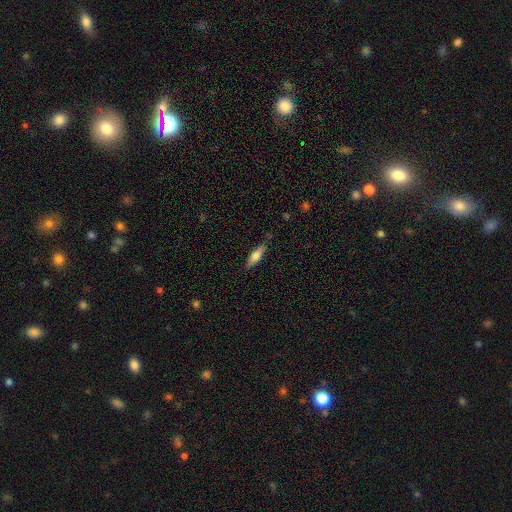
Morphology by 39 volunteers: A smooth galaxy with no disk features (64%) that is cigar-shaped (68%). Merging: none (71%).